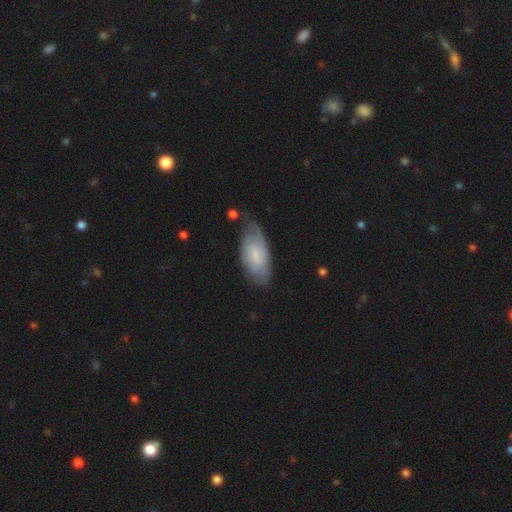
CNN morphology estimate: smooth 58%, featured or disk 36%, star or artifact 6%. Down the decision tree: how rounded — in between (90%); merging — none (59%).